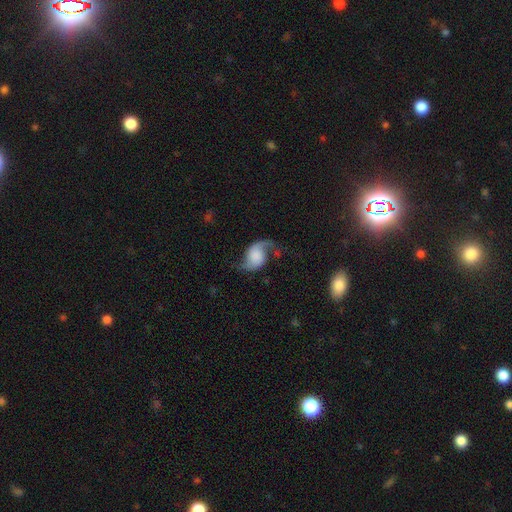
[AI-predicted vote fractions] featured or disk 78%, smooth 15%, star or artifact 7%. Down the decision tree: edge-on disk — no (98%); bar — no (70%); spiral arms — yes (96%); spiral arm count — 2 (90%); spiral winding — loose (81%); bulge size — none (33%); merging — none (62%).